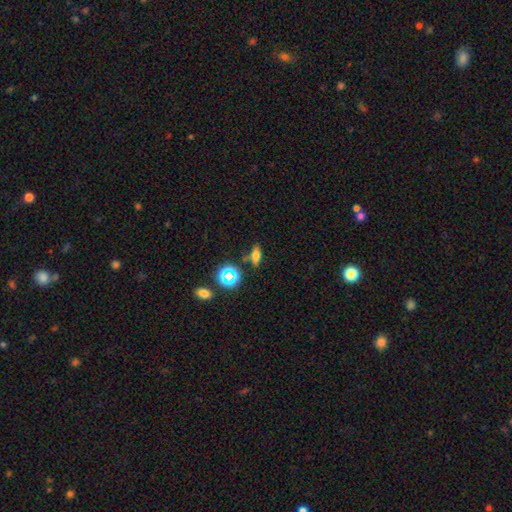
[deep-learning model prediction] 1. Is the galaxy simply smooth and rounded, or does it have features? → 59% smooth, 21% star or artifact, 20% featured or disk.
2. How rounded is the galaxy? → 57% in between, 32% cigar-shaped, 10% round.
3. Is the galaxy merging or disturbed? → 75% none, 14% minor disturbance, 7% merger, 4% major disturbance.